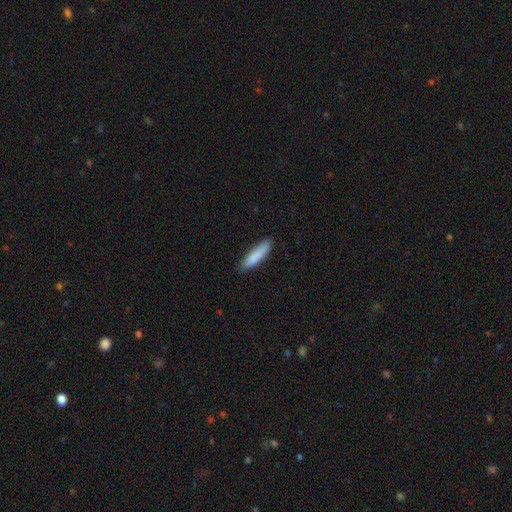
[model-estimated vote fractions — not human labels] Smooth or featured? smooth (87%)
How rounded? cigar-shaped (72%)
Merging? none (83%)